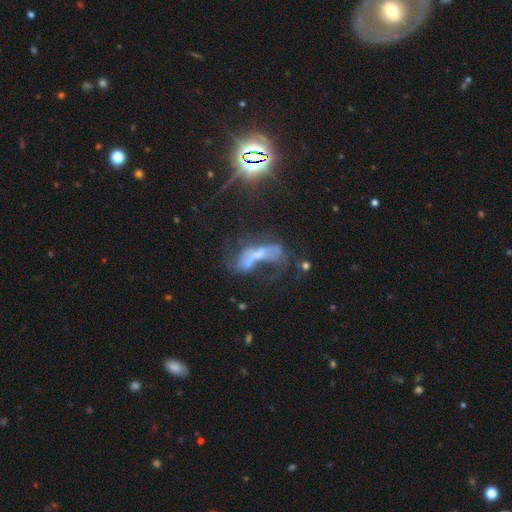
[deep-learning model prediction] The model was most divided on "merging": merger: 40%, major disturbance: 31%, none: 18%, minor disturbance: 11%. More confident: edge-on disk — no (84%); smooth or featured — featured or disk (51%).